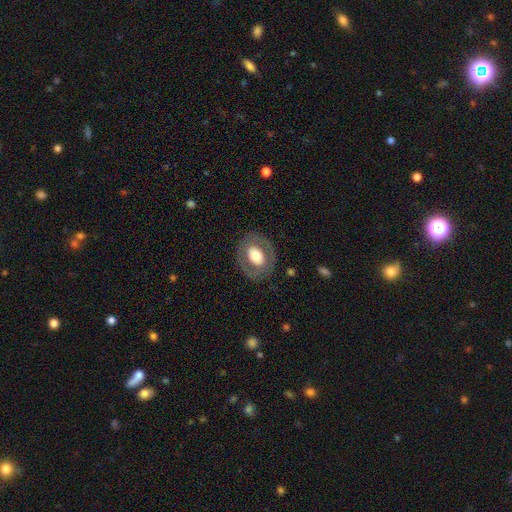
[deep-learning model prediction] A smooth galaxy with no disk features (49%). Merging: none (81%).